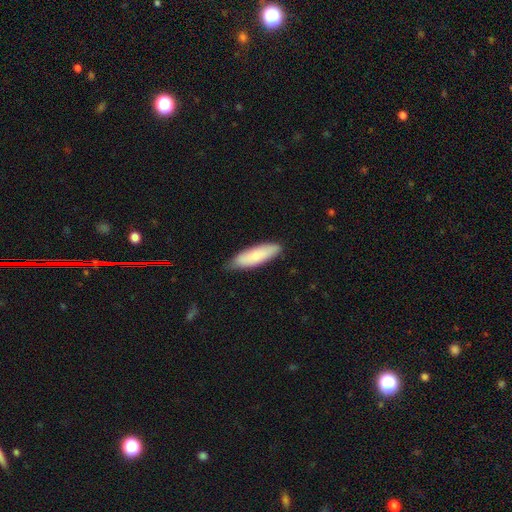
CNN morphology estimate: Smooth or featured: smooth — 78% (featured or disk — 16%)
How rounded: in between — 50% (cigar-shaped — 49%)
Merging: none — 79% (minor disturbance — 17%)